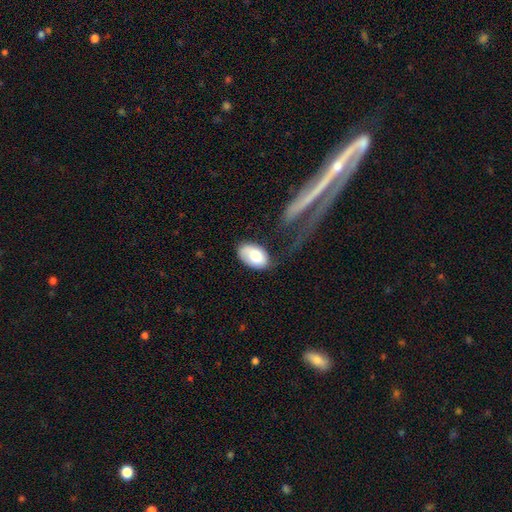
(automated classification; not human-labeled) Smooth or featured? smooth (75%)
How rounded? in between (90%)
Merging? none (57%)